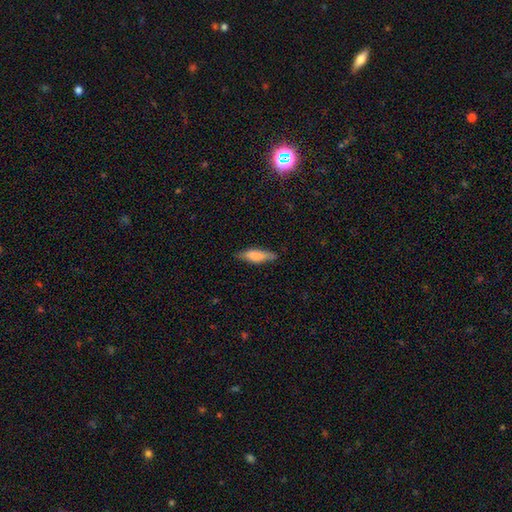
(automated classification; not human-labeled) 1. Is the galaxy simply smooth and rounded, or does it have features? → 74% smooth, 20% featured or disk, 6% star or artifact.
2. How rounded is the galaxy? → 60% cigar-shaped, 38% in between, 2% round.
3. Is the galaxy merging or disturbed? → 75% none, 20% minor disturbance, 4% major disturbance, 1% merger.